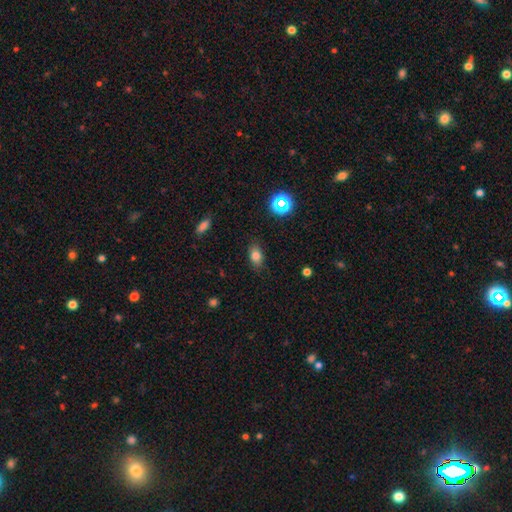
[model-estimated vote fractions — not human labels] Overall: smooth (79%). How rounded: in between (81%). Merging: none (84%).